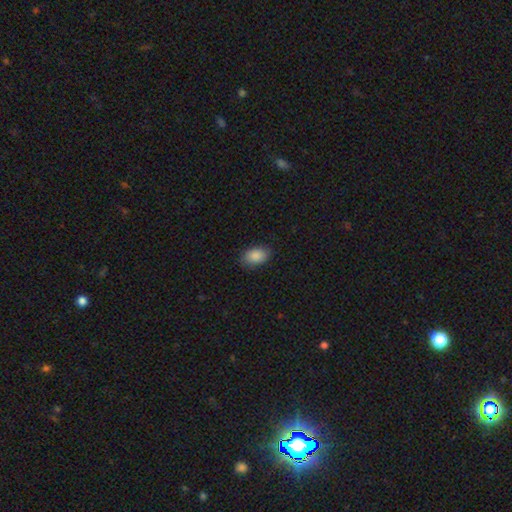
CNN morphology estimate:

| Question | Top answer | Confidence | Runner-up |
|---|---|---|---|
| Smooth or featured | smooth | 89% | star or artifact (7%) |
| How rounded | in between | 88% | round (11%) |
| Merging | none | 84% | minor disturbance (12%) |